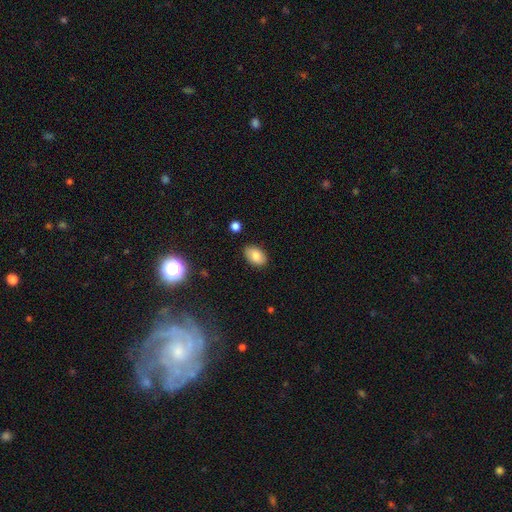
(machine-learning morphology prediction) Overall: smooth (81%). How rounded: in between (89%). Merging: none (84%).